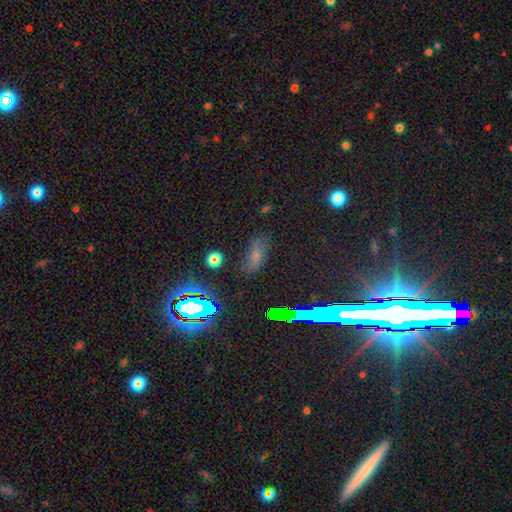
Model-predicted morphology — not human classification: Smooth or featured? Predicted: smooth (p=0.55). How rounded? Predicted: in between (p=0.78). Merging? Predicted: none (p=0.73).